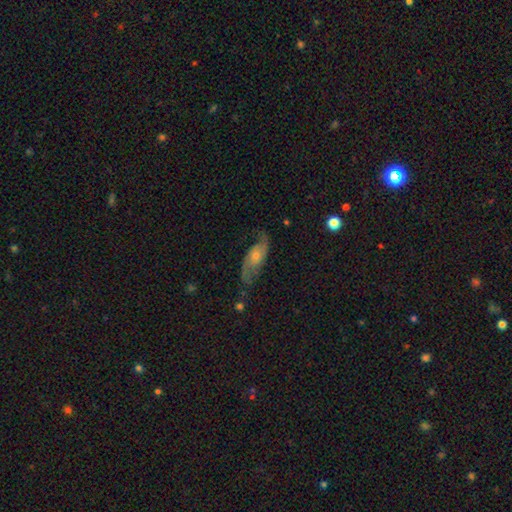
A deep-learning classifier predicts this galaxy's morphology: smooth_or_featured: featured or disk (p=0.73) [alt: smooth p=0.20]
disk_edge_on: no (p=0.90) [alt: yes p=0.10]
bar: no (p=0.70) [alt: weak p=0.24]
has_spiral_arms: yes (p=0.91) [alt: no p=0.09]
spiral_winding: loose (p=0.54) [alt: medium p=0.34]
spiral_arm_count: 2 (p=0.88) [alt: can't tell p=0.06]
bulge_size: small (p=0.52) [alt: moderate p=0.40]
merging: none (p=0.68) [alt: minor disturbance p=0.20]